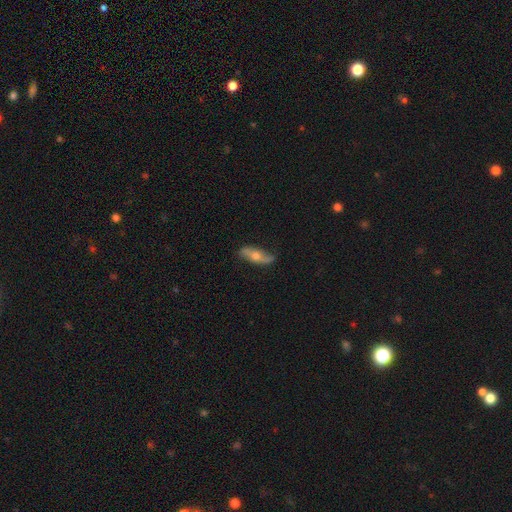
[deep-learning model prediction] smooth-or-featured: featured or disk: 55% | smooth: 39% | star or artifact: 6%
  disk-edge-on: no: 62% | yes: 38%
  merging: none: 71% | minor disturbance: 22% | major disturbance: 5% | merger: 2%